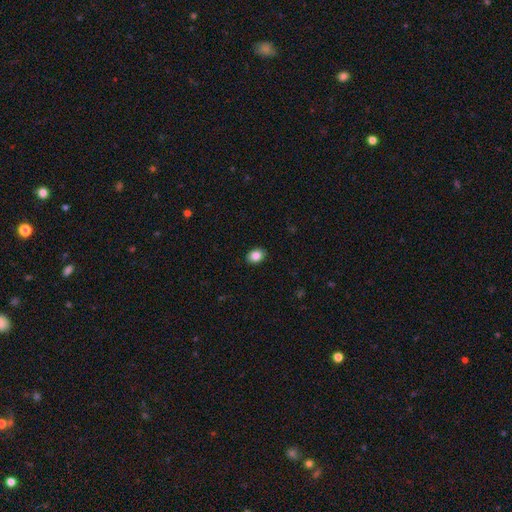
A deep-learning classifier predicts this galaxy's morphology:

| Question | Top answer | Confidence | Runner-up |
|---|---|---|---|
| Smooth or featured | smooth | 85% | star or artifact (8%) |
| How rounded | in between | 66% | round (33%) |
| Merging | none | 90% | minor disturbance (8%) |